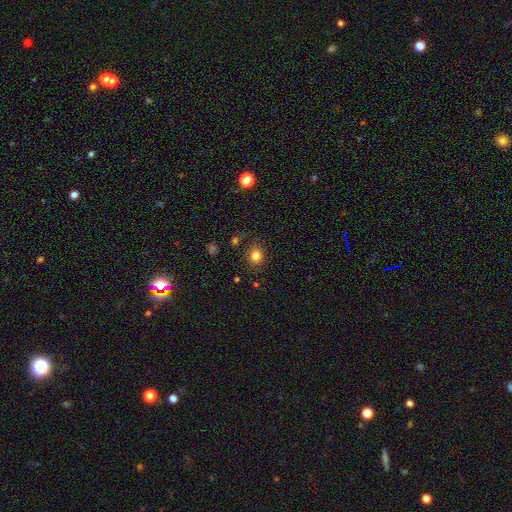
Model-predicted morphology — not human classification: A smooth galaxy with no disk features (82%) that is round (72%).

Vote fractions:
- Smooth or featured? smooth: 82% / star or artifact: 13% / featured or disk: 6%
- How rounded? round: 72% / in between: 27% / cigar-shaped: 1%
- Merging? none: 83% / minor disturbance: 11% / major disturbance: 3% / merger: 2%